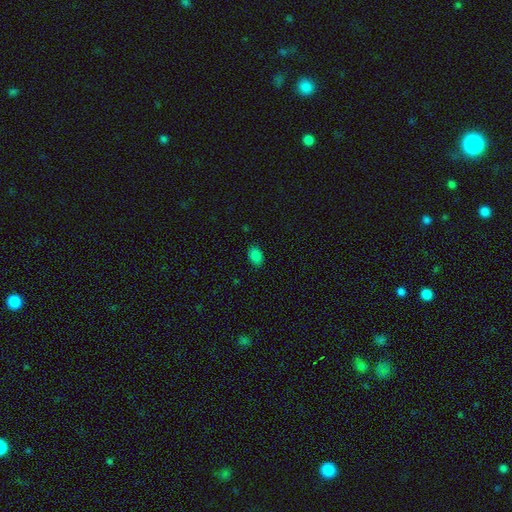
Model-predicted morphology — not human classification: smooth-or-featured: smooth: 84% | star or artifact: 12% | featured or disk: 4%
  how-rounded: in between: 85% | round: 14% | cigar-shaped: 1%
  merging: none: 86% | minor disturbance: 10% | major disturbance: 2% | merger: 1%